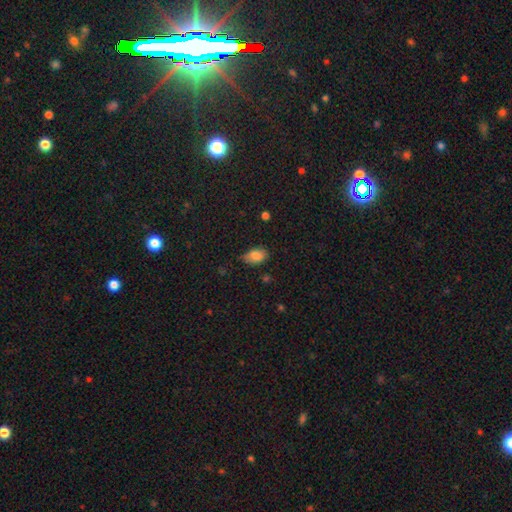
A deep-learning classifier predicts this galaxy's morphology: Overall: smooth (83%). How rounded: in between (88%). Merging: none (64%; minor disturbance 30%).